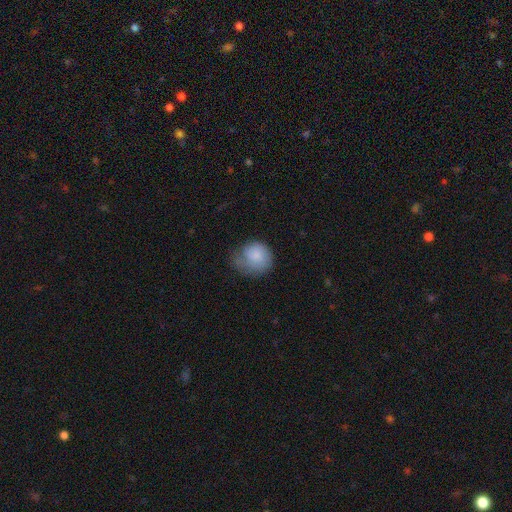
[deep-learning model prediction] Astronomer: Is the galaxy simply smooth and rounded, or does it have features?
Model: smooth — 80%.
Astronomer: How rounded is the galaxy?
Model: round — 77%.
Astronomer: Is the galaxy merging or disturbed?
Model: minor disturbance — 37% (runner-up: none, 35%).